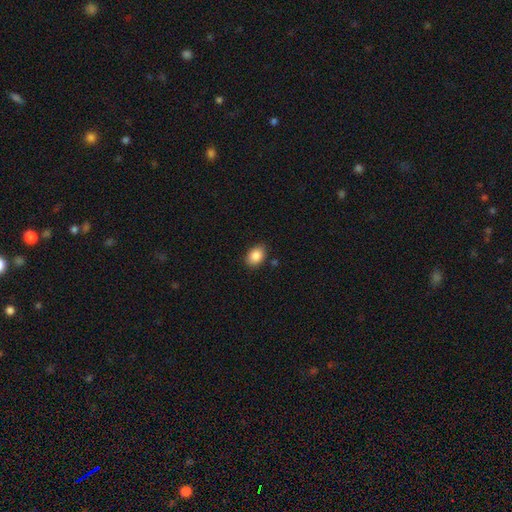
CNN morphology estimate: smooth 87%, star or artifact 8%, featured or disk 5%. Down the decision tree: how rounded — in between (77%); merging — none (85%).